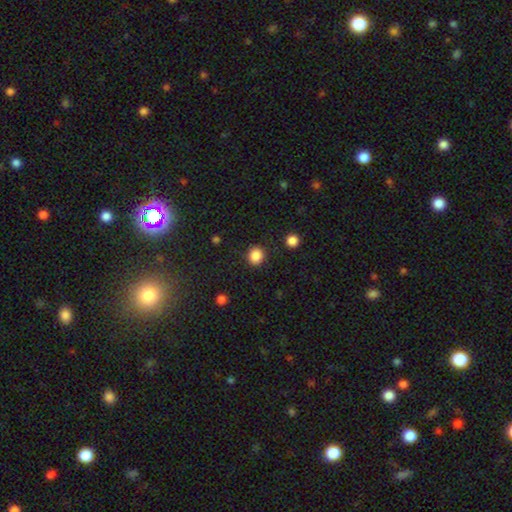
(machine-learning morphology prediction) The model was most divided on "smooth or featured": smooth: 86%, star or artifact: 11%, featured or disk: 3%. More confident: merging — none (88%); how rounded — round (87%).